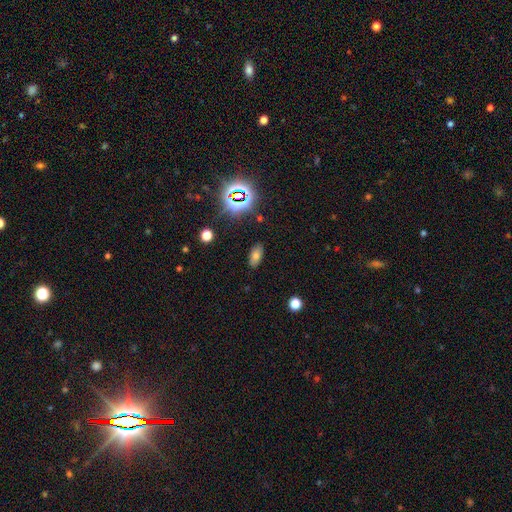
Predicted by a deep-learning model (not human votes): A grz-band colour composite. It shows a smooth galaxy with no disk features (58%) that is in between round and cigar-shaped (88%). Merging: none (87%).